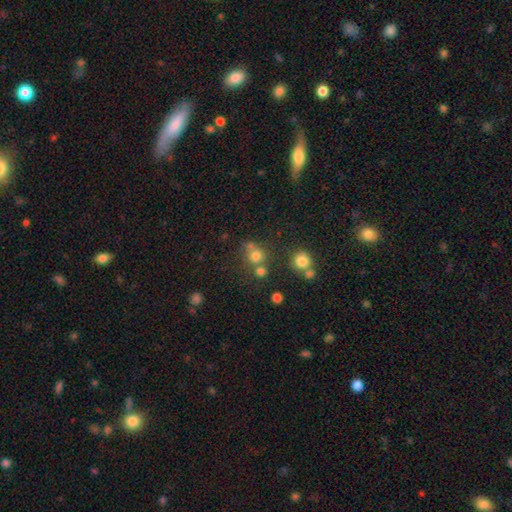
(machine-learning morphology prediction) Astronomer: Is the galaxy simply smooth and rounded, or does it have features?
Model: smooth — 72%.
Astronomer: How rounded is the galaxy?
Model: round — 88%.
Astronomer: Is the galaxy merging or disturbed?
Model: none — 59%.